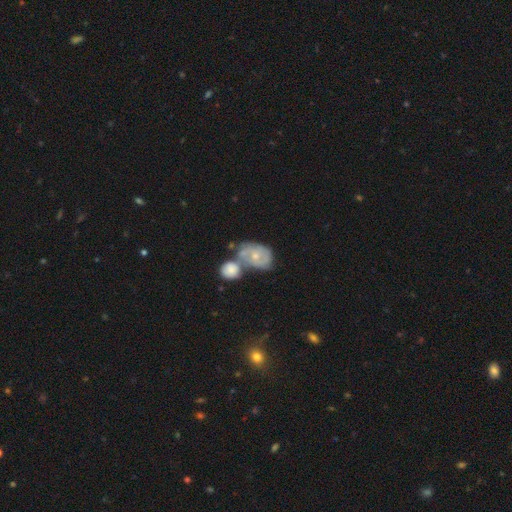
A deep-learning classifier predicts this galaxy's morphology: A featured or disk galaxy (60%) with no bar (73%), spiral arms (76%) and a small central bulge (57%).

Vote fractions:
- Smooth or featured? featured or disk: 60% / smooth: 33% / star or artifact: 7%
- Edge-on disk? no: 97% / yes: 3%
- Bar? no: 73% / weak: 23% / strong: 4%
- Spiral arms? yes: 76% / no: 24%
- Bulge size? small: 57% / moderate: 38% / none: 2% / large: 2% / dominant: 1%
- Merging? merger: 52% / none: 25% / minor disturbance: 14% / major disturbance: 8%